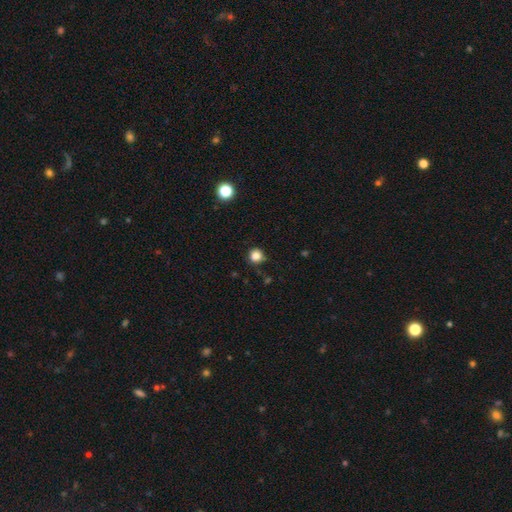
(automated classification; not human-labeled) Smooth or featured: smooth — 84% (star or artifact — 13%)
How rounded: round — 91% (in between — 8%)
Merging: none — 79% (minor disturbance — 16%)